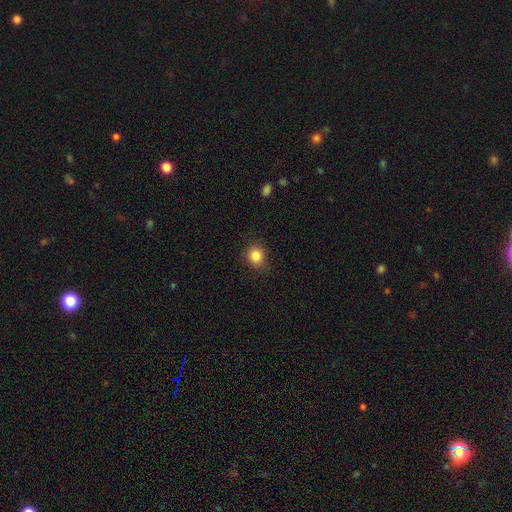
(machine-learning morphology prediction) The model was most divided on "how rounded": round: 84%, in between: 15%, cigar-shaped: 1%. More confident: smooth or featured — smooth (85%); merging — none (84%).